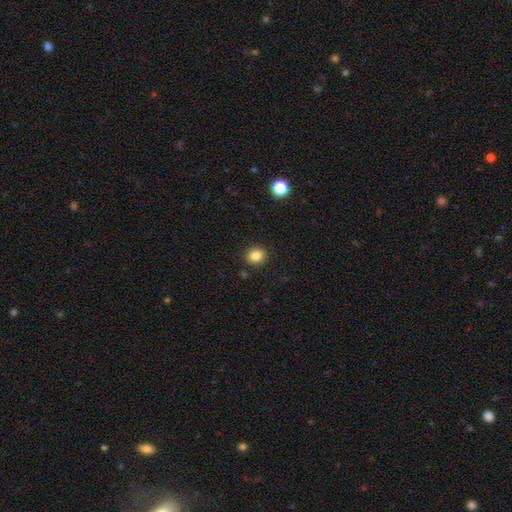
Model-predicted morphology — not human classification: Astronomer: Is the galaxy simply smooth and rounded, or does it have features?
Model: smooth — 84%.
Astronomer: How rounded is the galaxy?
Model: round — 66%.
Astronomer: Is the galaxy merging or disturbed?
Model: none — 90%.